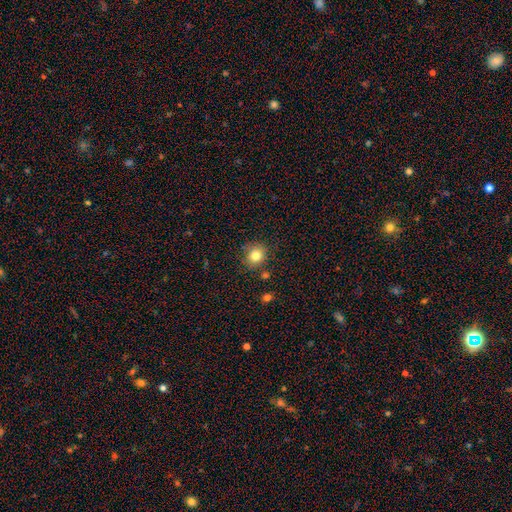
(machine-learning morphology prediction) Overall: smooth (81%). How rounded: round (80%). Merging: none (80%).